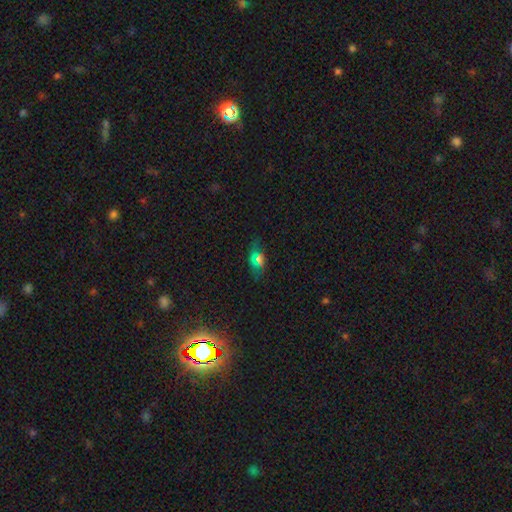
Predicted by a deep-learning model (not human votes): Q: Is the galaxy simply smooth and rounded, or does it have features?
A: smooth — 44%.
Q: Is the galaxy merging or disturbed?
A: none — 63%.